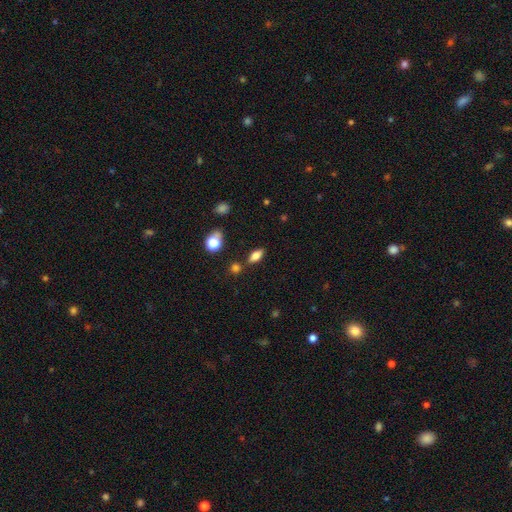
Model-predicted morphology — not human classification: Smooth or featured?
  - smooth: 75% *
  - featured or disk: 14%
  - star or artifact: 11%
How rounded?
  - in between: 81% *
  - cigar-shaped: 12%
  - round: 6%
Merging?
  - none: 78% *
  - minor disturbance: 12%
  - merger: 7%
  - major disturbance: 3%